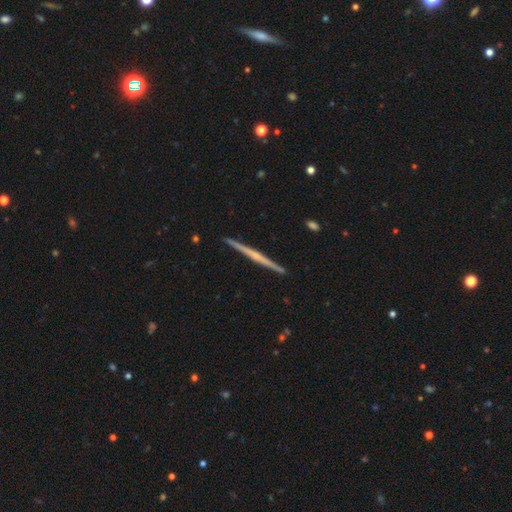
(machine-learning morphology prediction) A featured or disk galaxy (75%) viewed edge-on (99%) with a rounded central bulge (47%). Merging: none (93%).